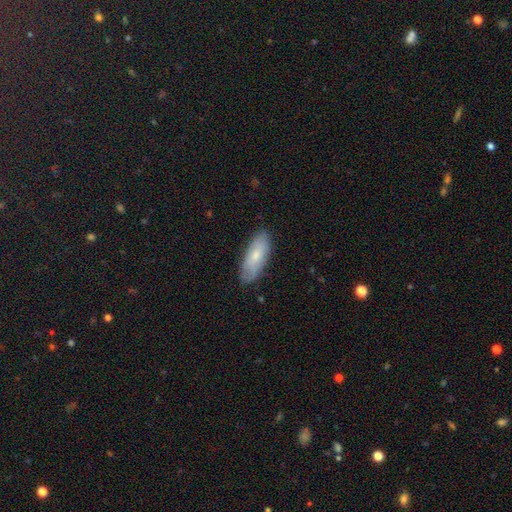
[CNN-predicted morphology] smooth 70%, featured or disk 24%, star or artifact 6%. Down the decision tree: how rounded — in between (76%); merging — none (81%).